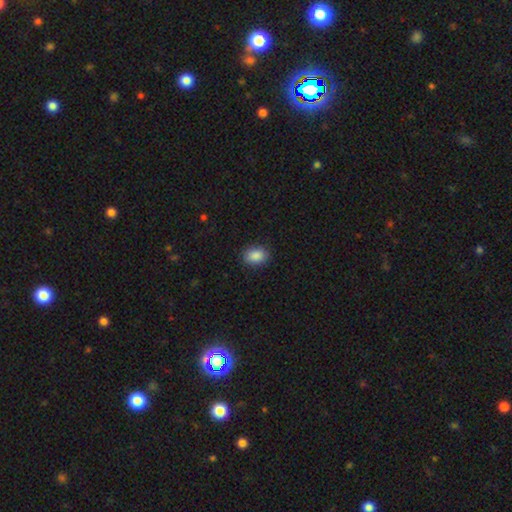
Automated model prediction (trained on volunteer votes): Q: Smooth or featured?
A: smooth (89%); runner-up: star or artifact (8%)
Q: How rounded?
A: in between (72%); runner-up: round (27%)
Q: Merging?
A: none (88%); runner-up: minor disturbance (9%)